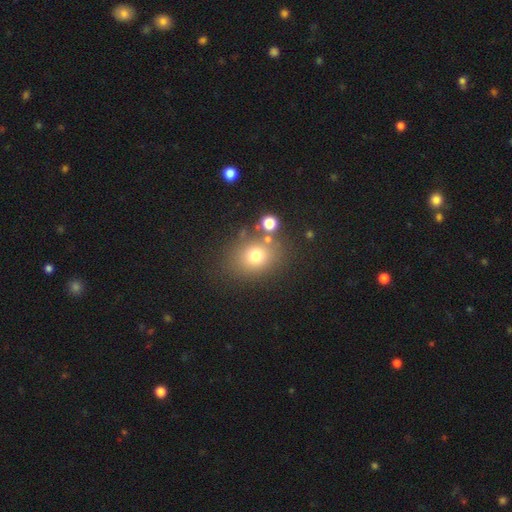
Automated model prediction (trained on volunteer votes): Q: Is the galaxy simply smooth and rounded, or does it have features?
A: smooth — 73%.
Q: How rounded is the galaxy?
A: round — 59%.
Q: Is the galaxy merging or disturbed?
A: none — 73%.